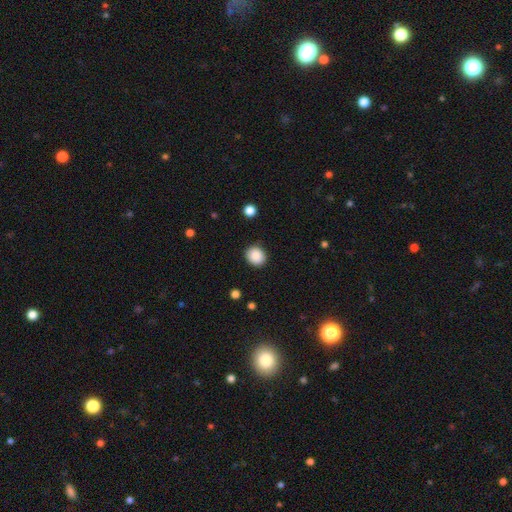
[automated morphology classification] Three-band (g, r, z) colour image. It shows a smooth galaxy with no disk features (88%) that is round (76%). Merging: none (88%).